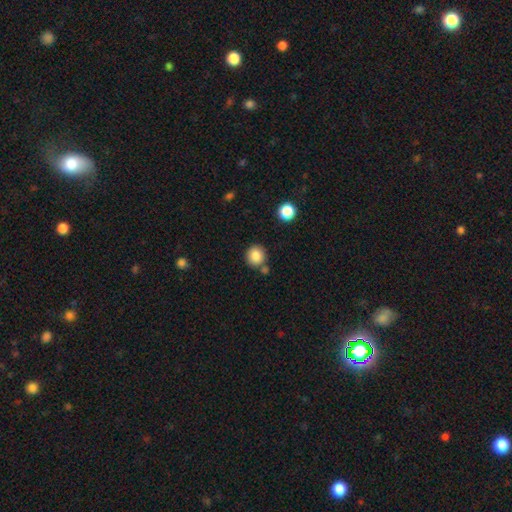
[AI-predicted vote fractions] A smooth galaxy with no disk features (85%) that is round (88%). Merging: none (77%).